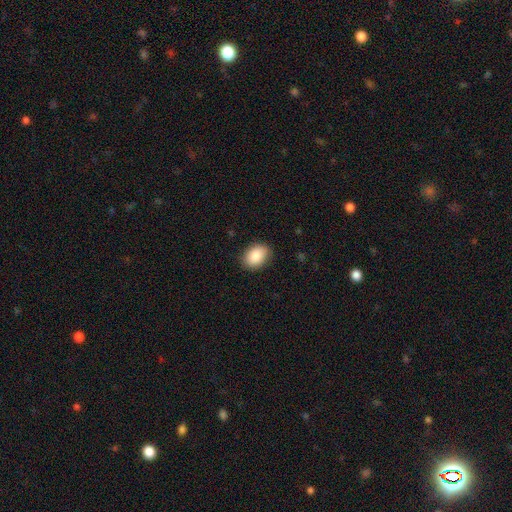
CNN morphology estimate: smooth_or_featured: smooth (p=0.87) [alt: star or artifact p=0.07]
how_rounded: in between (p=0.76) [alt: round p=0.23]
merging: none (p=0.87) [alt: minor disturbance p=0.10]